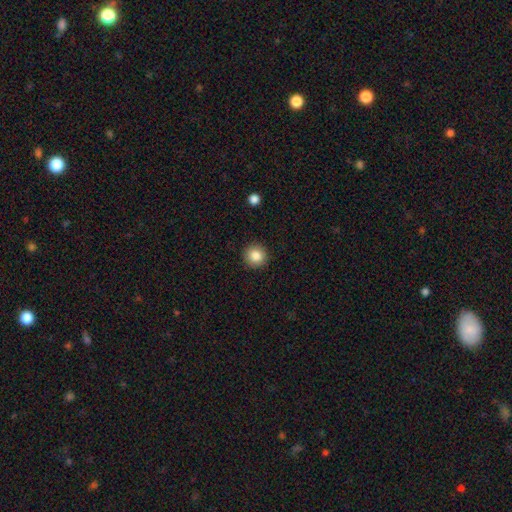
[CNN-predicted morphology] Q: Smooth or featured?
A: smooth (85%); runner-up: star or artifact (9%)
Q: How rounded?
A: round (94%); runner-up: in between (5%)
Q: Merging?
A: none (91%); runner-up: minor disturbance (6%)